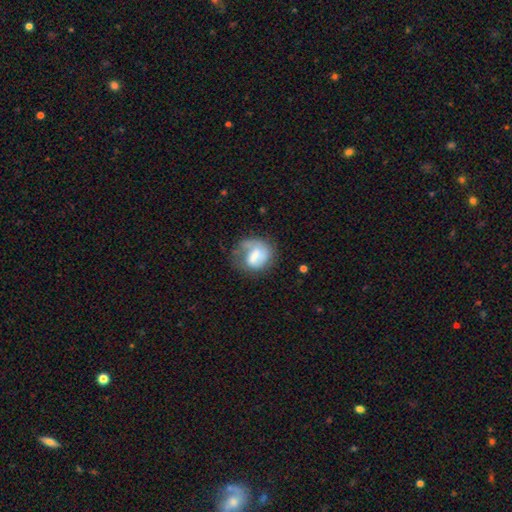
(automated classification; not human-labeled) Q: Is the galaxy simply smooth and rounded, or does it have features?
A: smooth — 50%.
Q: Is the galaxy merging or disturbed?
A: none — 39%.